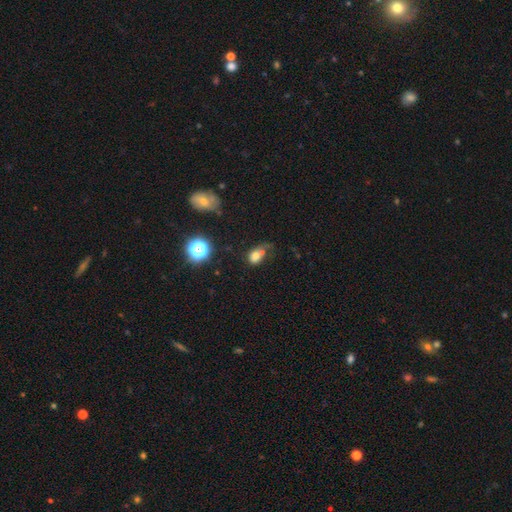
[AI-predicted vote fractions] A smooth galaxy with no disk features (70%) that is in between round and cigar-shaped (50%).

Vote fractions:
- Smooth or featured? smooth: 70% / star or artifact: 16% / featured or disk: 14%
- How rounded? in between: 50% / round: 49% / cigar-shaped: 1%
- Merging? merger: 34% / none: 31% / minor disturbance: 18% / major disturbance: 17%